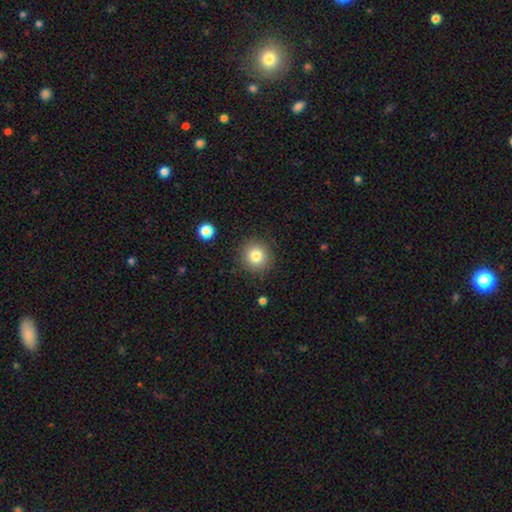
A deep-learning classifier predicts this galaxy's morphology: Smooth or featured?
  - smooth: 82% *
  - star or artifact: 10%
  - featured or disk: 7%
How rounded?
  - round: 91% *
  - in between: 8%
  - cigar-shaped: 1%
Merging?
  - none: 88% *
  - minor disturbance: 7%
  - major disturbance: 3%
  - merger: 2%